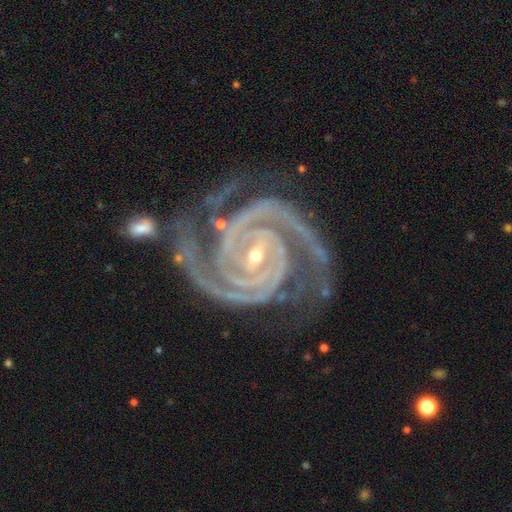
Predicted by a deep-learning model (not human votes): A featured or disk galaxy (95%) with a weak bar (37%), 2 (71%) tight (77%) spiral arms (99%) and a small central bulge (69%).

Vote fractions:
- Smooth or featured? featured or disk: 95% / star or artifact: 4% / smooth: 2%
- Edge-on disk? no: 98% / yes: 2%
- Bar? weak: 37% / strong: 33% / no: 31%
- Spiral arms? yes: 99% / no: 1%
- Spiral winding? tight: 77% / medium: 21% / loose: 3%
- Spiral arm count? 2: 71% / 3: 13% / 4: 5% / can't tell: 4% / more than 4: 3% / 1: 3%
- Bulge size? small: 69% / moderate: 28% / large: 1% / none: 1% / dominant: 1%
- Merging? none: 68% / minor disturbance: 19% / major disturbance: 9% / merger: 3%